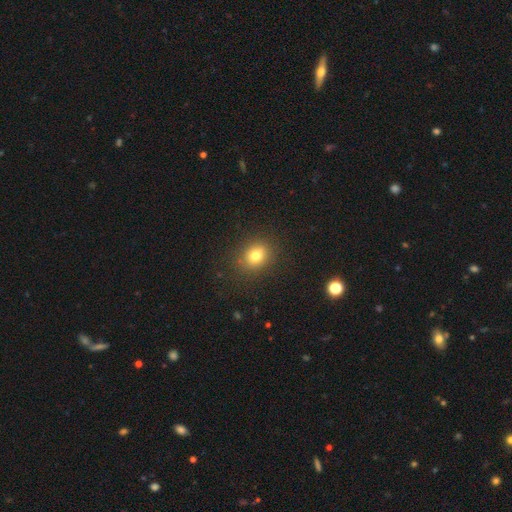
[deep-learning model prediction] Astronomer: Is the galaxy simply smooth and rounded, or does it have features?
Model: smooth — 78%.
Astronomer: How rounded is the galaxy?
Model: round — 59% (runner-up: in between, 40%).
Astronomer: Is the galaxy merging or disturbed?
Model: none — 86%.